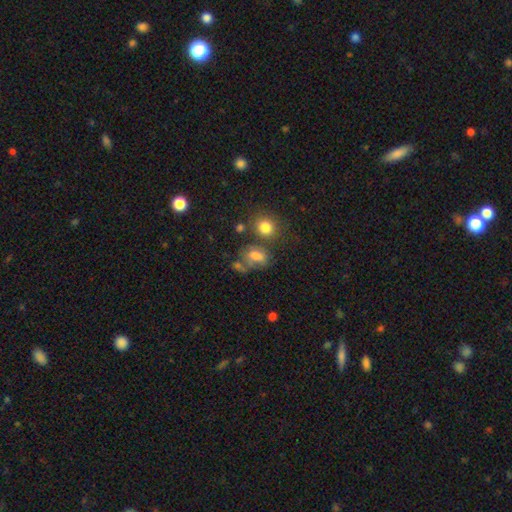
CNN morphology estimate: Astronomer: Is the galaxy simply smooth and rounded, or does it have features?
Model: smooth — 68%.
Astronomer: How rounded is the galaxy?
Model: in between — 70%.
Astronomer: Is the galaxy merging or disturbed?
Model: none — 39% (runner-up: merger, 24%).